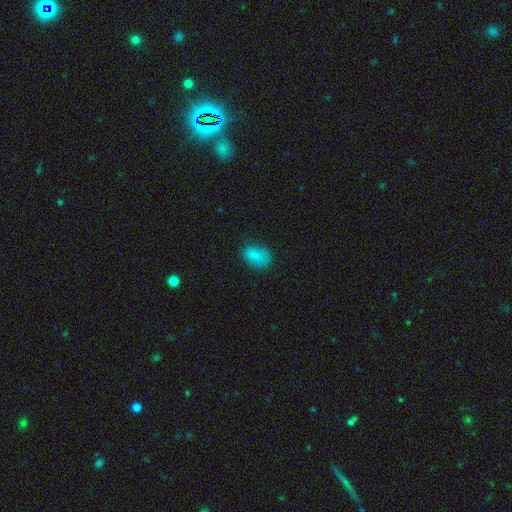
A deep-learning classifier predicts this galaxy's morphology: Smooth or featured? Predicted: smooth (p=0.81). How rounded? Predicted: in between (p=0.83). Merging? Predicted: none (p=0.66).